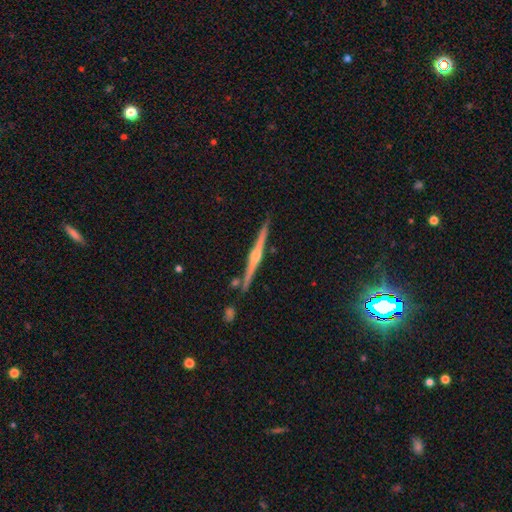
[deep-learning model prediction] This is clearly a featured or disk galaxy (84%). It is clearly viewed edge-on (99%). Edge-on bulge: clearly rounded (89%). Merging: clearly none (88%).